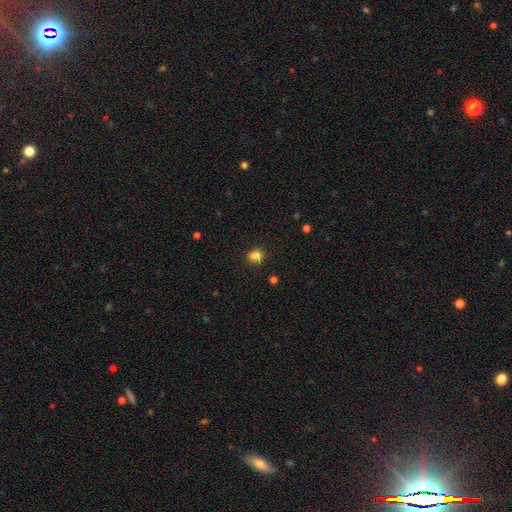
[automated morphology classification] type=smooth (83%); roundness=round (68%); merging=none (83%).